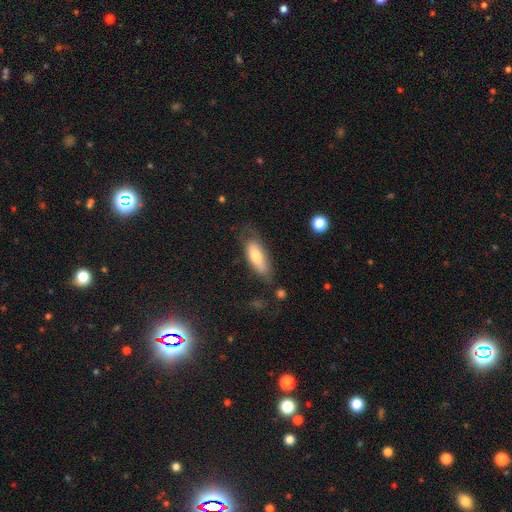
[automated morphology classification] smooth-or-featured: smooth: 69% | featured or disk: 24% | star or artifact: 7%
  how-rounded: in between: 70% | cigar-shaped: 28% | round: 2%
  merging: none: 60% | minor disturbance: 26% | major disturbance: 11% | merger: 3%